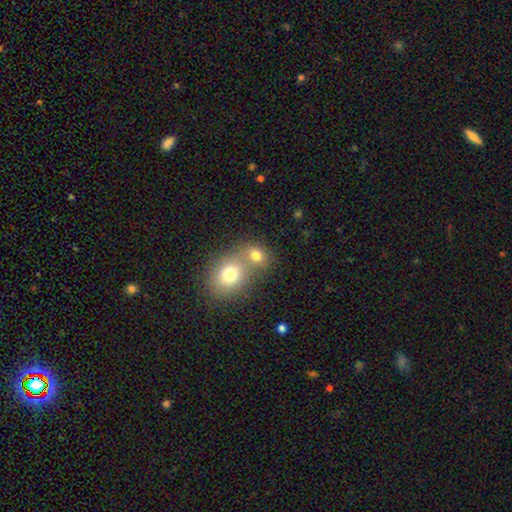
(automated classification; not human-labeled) Smooth or featured? Predicted: smooth (p=0.77). How rounded? Predicted: round (p=0.60). Merging? Predicted: merger (p=0.51).